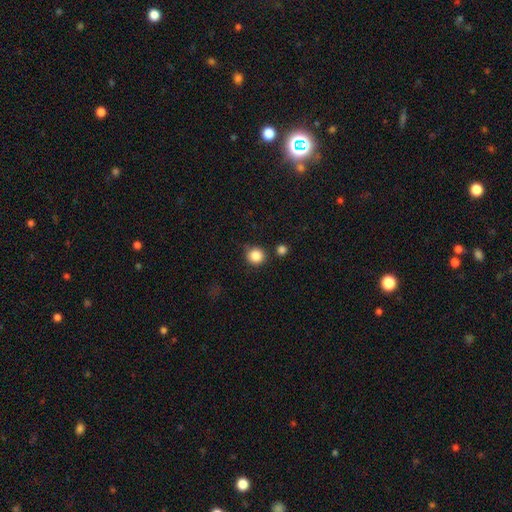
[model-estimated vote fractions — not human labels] Morphology: type=smooth (86%); roundness=round (93%); merging=none (80%).